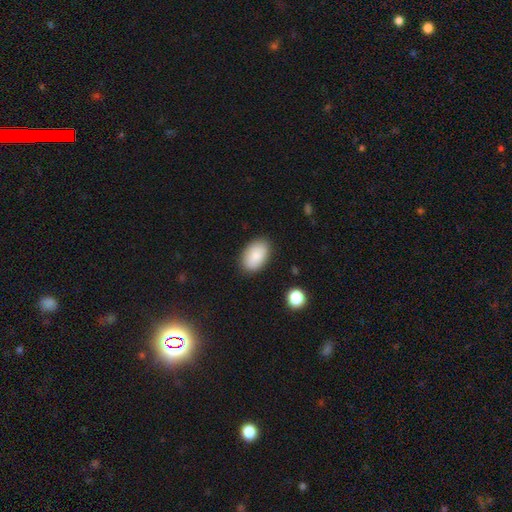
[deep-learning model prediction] smooth-or-featured: smooth: 85% | featured or disk: 8% | star or artifact: 7%
  how-rounded: in between: 92% | round: 7% | cigar-shaped: 1%
  merging: none: 86% | minor disturbance: 11% | major disturbance: 3% | merger: 1%